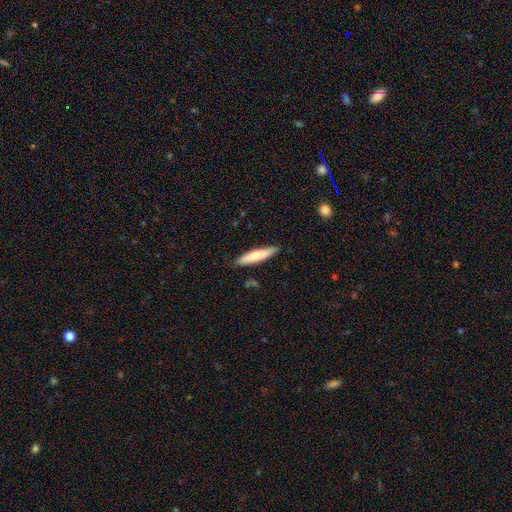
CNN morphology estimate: Q: Smooth or featured?
A: smooth (72%); runner-up: featured or disk (22%)
Q: How rounded?
A: cigar-shaped (84%); runner-up: in between (15%)
Q: Merging?
A: none (86%); runner-up: minor disturbance (11%)